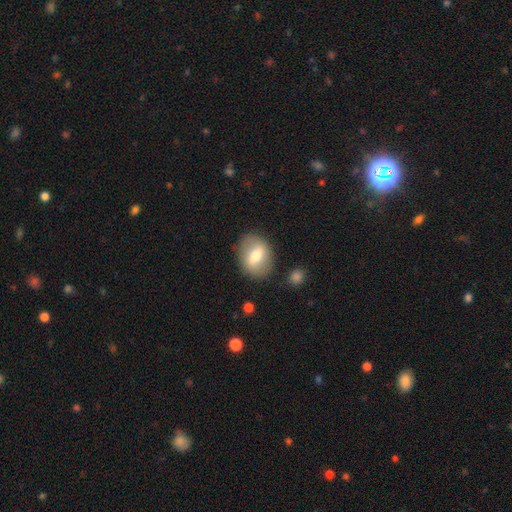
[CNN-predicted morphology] A smooth galaxy with no disk features (58%) that is in between round and cigar-shaped (54%).

Vote fractions:
- Smooth or featured? smooth: 58% / featured or disk: 35% / star or artifact: 7%
- How rounded? in between: 54% / round: 45% / cigar-shaped: 1%
- Merging? none: 82% / minor disturbance: 11% / major disturbance: 4% / merger: 2%